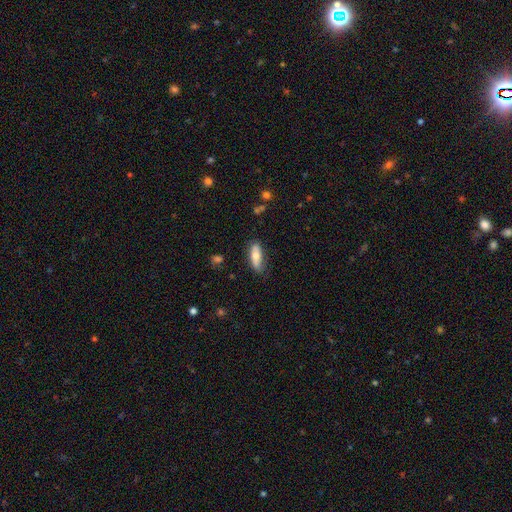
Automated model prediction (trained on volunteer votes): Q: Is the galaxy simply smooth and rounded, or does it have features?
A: smooth — 70%.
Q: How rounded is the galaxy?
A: in between — 67%.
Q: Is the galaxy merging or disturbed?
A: none — 74%.